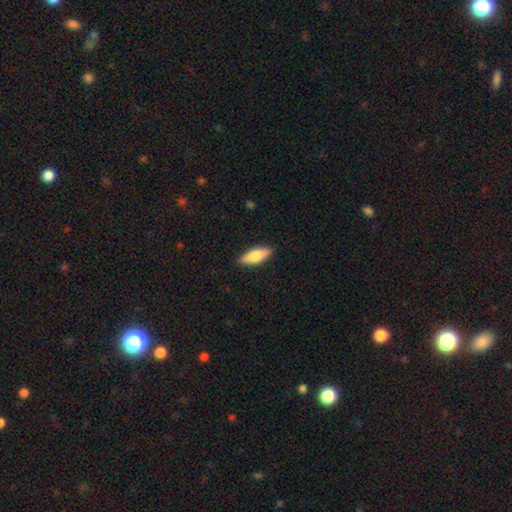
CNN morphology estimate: Smooth or featured?
  - smooth: 67% *
  - featured or disk: 27%
  - star or artifact: 6%
How rounded?
  - in between: 63% *
  - cigar-shaped: 34%
  - round: 2%
Merging?
  - none: 89% *
  - minor disturbance: 8%
  - major disturbance: 2%
  - merger: 1%